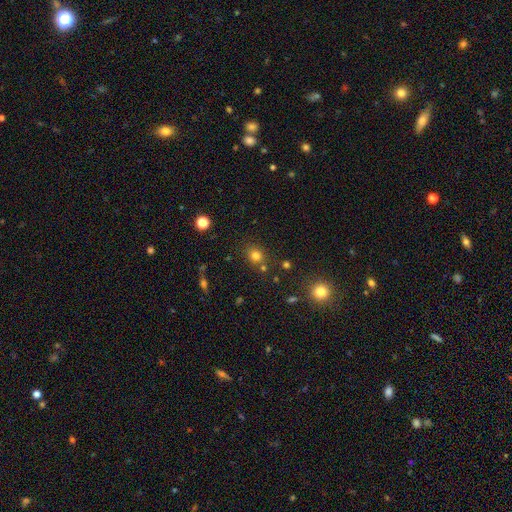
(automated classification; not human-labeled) Q: Smooth or featured?
A: smooth (77%); runner-up: star or artifact (16%)
Q: How rounded?
A: round (76%); runner-up: in between (23%)
Q: Merging?
A: none (74%); runner-up: merger (11%)